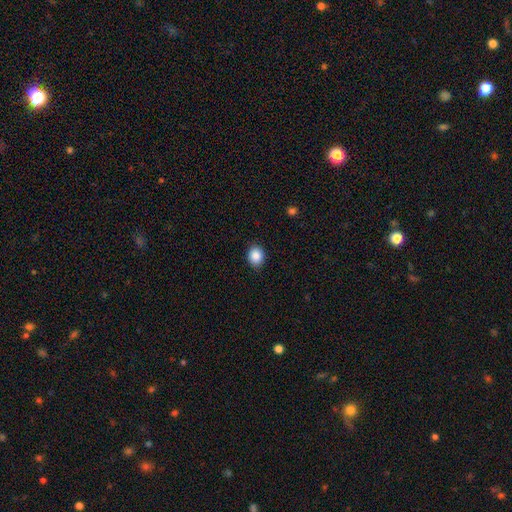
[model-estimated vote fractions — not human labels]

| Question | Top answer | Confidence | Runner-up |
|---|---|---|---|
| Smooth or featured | smooth | 88% | star or artifact (9%) |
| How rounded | round | 57% | in between (42%) |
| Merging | none | 87% | minor disturbance (10%) |